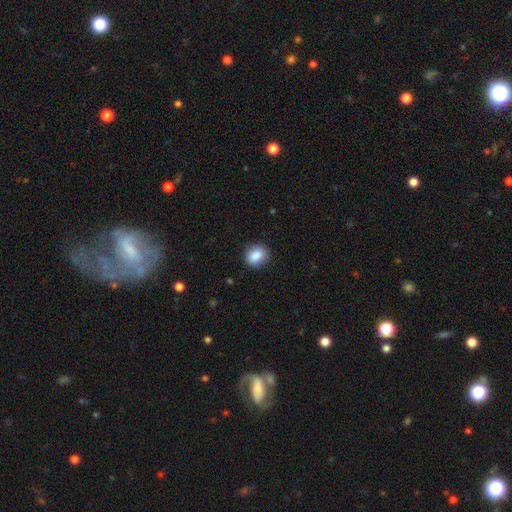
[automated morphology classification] The model was most divided on "how rounded": round: 68%, in between: 31%, cigar-shaped: 1%. More confident: merging — none (88%); smooth or featured — smooth (86%).